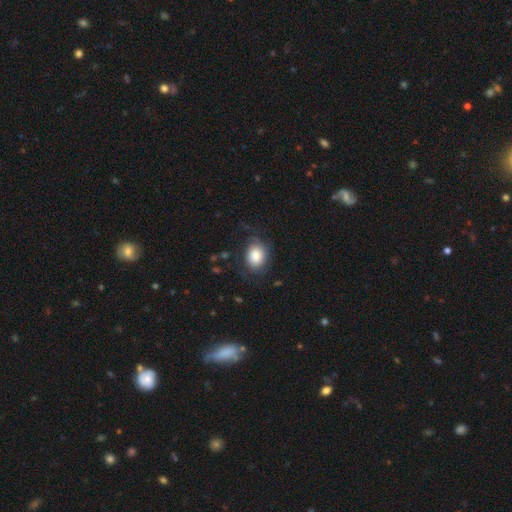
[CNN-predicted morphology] Smooth or featured? smooth (77%)
How rounded? in between (59%)
Merging? none (65%)